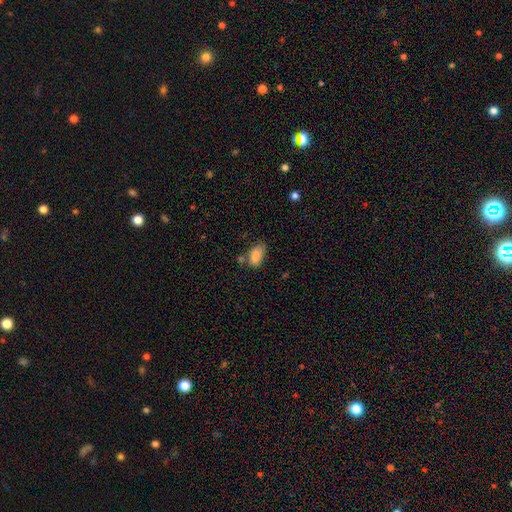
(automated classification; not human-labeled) Morphology: type=smooth (83%); roundness=in between (91%); merging=none (54%).